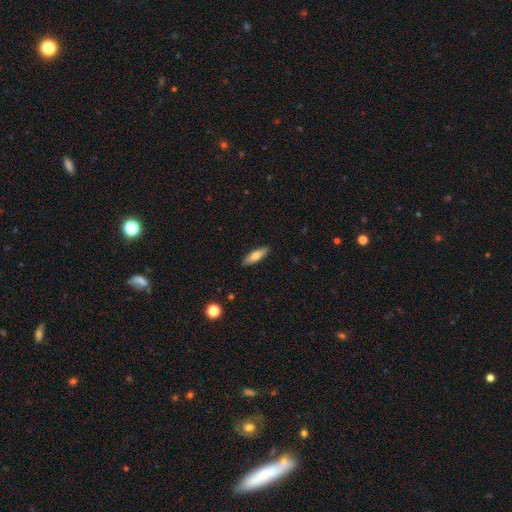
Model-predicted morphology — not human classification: A smooth galaxy with no disk features (69%) that is cigar-shaped (59%). Merging: none (89%).